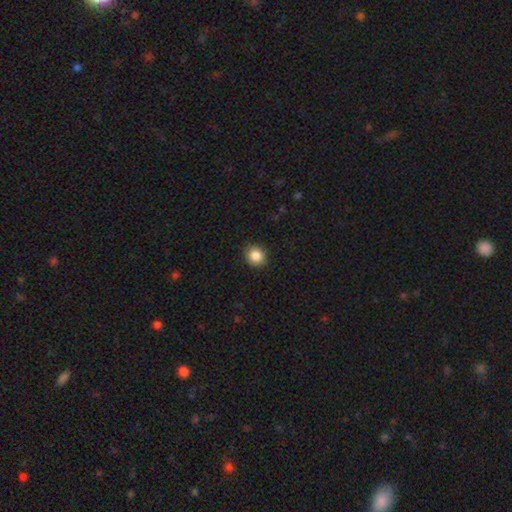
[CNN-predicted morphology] Q: Smooth or featured?
A: smooth (87%); runner-up: star or artifact (9%)
Q: How rounded?
A: round (81%); runner-up: in between (18%)
Q: Merging?
A: none (90%); runner-up: minor disturbance (7%)